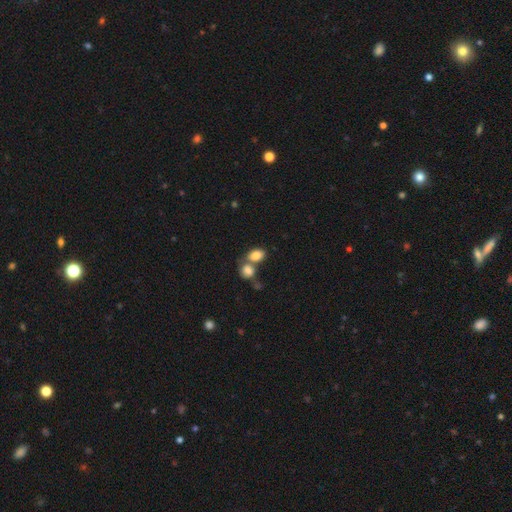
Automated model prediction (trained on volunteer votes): This appears to be a smooth galaxy with no disk features (83%) that is in between round and cigar-shaped (77%). Merging: merger (54%).